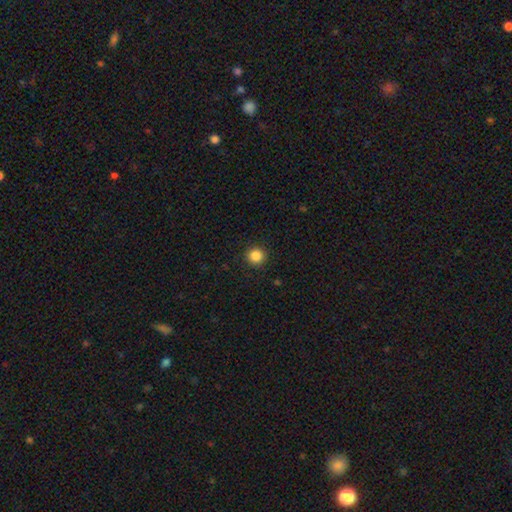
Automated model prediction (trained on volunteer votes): This is clearly a smooth galaxy (86%). How rounded: clearly round (94%). Merging: clearly none (92%).